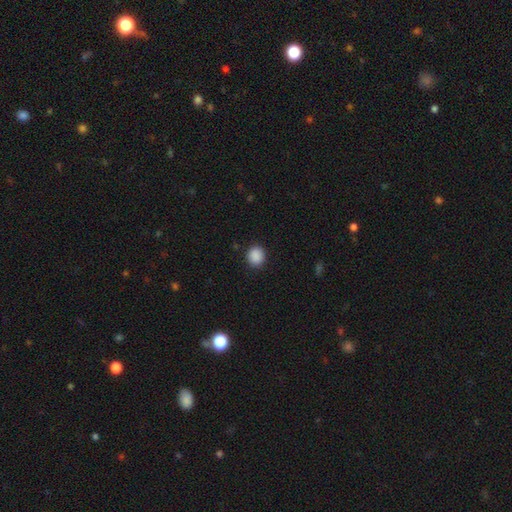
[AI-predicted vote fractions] Smooth or featured?
  - smooth: 89% *
  - star or artifact: 9%
  - featured or disk: 2%
How rounded?
  - round: 78% *
  - in between: 21%
  - cigar-shaped: 1%
Merging?
  - none: 89% *
  - minor disturbance: 8%
  - major disturbance: 2%
  - merger: 1%